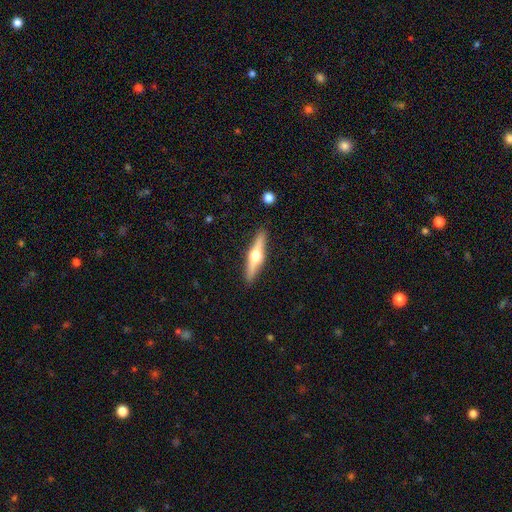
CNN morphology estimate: Q: Smooth or featured?
A: featured or disk (66%); runner-up: smooth (29%)
Q: Edge-on disk?
A: yes (97%); runner-up: no (3%)
Q: Edge-on bulge?
A: rounded (95%); runner-up: boxy (3%)
Q: Merging?
A: none (90%); runner-up: minor disturbance (7%)